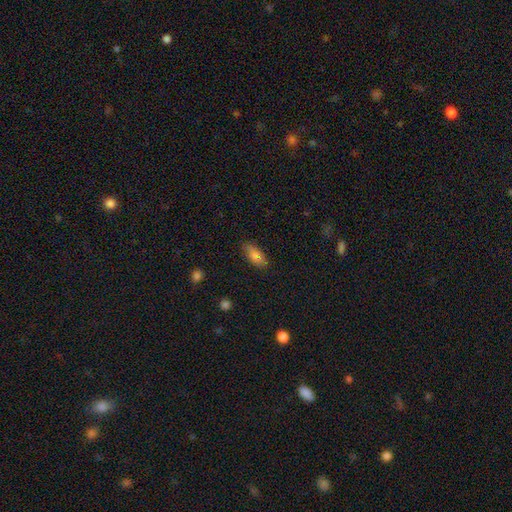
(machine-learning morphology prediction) Smooth or featured? smooth (81%)
How rounded? in between (84%)
Merging? none (79%)